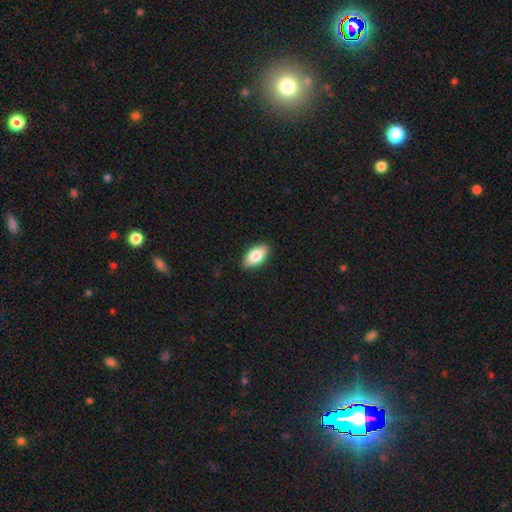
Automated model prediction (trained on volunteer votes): Q: Smooth or featured?
A: smooth (81%); runner-up: featured or disk (12%)
Q: How rounded?
A: in between (92%); runner-up: cigar-shaped (4%)
Q: Merging?
A: none (89%); runner-up: minor disturbance (8%)